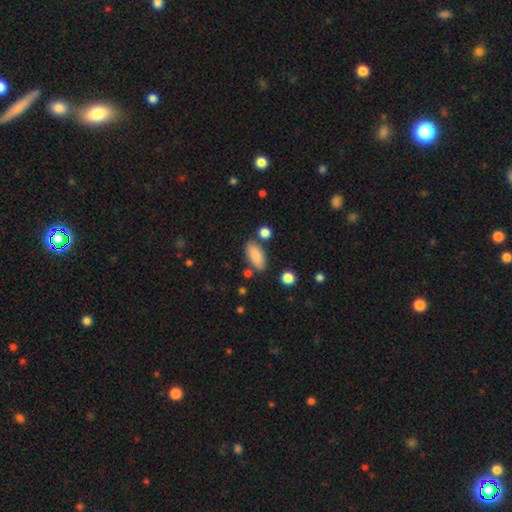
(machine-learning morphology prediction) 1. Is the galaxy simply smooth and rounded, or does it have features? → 87% smooth, 7% star or artifact, 6% featured or disk.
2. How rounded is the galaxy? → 84% in between, 13% cigar-shaped, 3% round.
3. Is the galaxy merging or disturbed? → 77% none, 13% minor disturbance, 7% merger, 3% major disturbance.